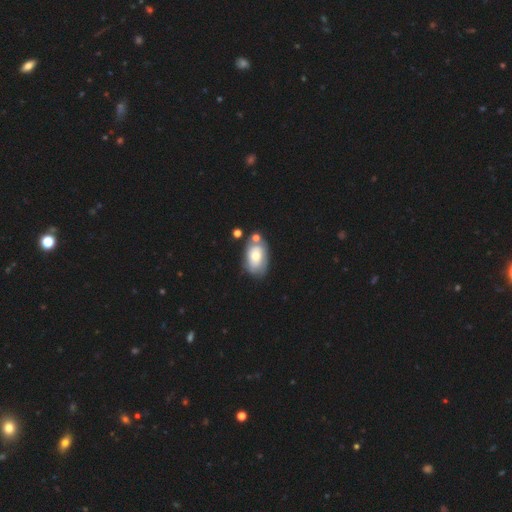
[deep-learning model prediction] This is possibly a smooth galaxy (50%). How rounded: clearly in between (88%). Merging: possibly none (53%).